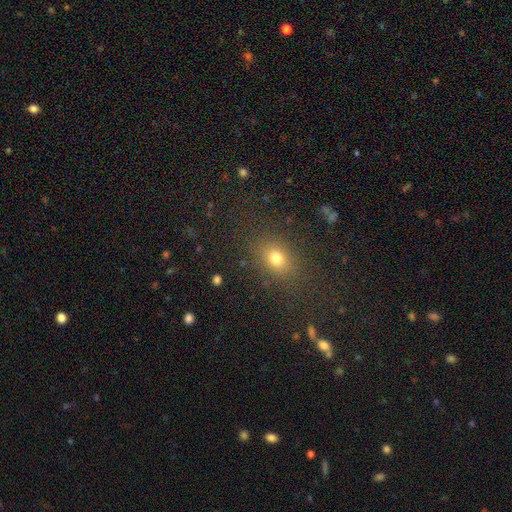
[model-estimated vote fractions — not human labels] A smooth galaxy with no disk features (62%) that is round (54%).

Vote fractions:
- Smooth or featured? smooth: 62% / star or artifact: 29% / featured or disk: 9%
- How rounded? round: 54% / in between: 44% / cigar-shaped: 2%
- Merging? none: 85% / minor disturbance: 9% / major disturbance: 4% / merger: 2%